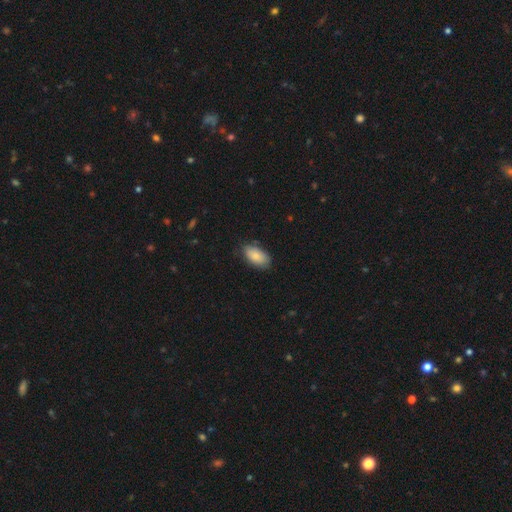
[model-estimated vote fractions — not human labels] smooth-or-featured: smooth: 84% | featured or disk: 10% | star or artifact: 6%
  how-rounded: in between: 94% | round: 3% | cigar-shaped: 3%
  merging: none: 79% | minor disturbance: 17% | major disturbance: 3% | merger: 1%